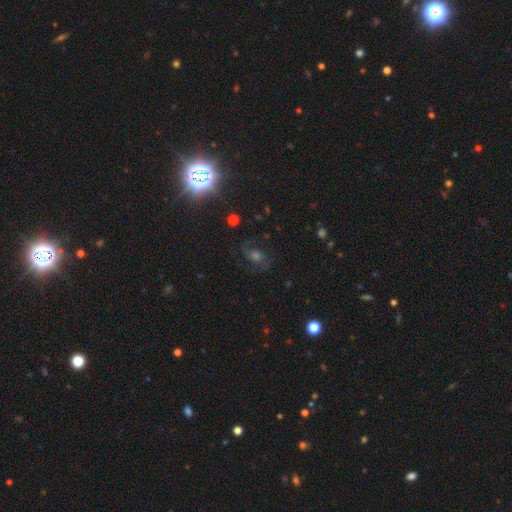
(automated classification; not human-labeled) Smooth or featured: featured or disk — 46% (star or artifact — 36%)
Merging: none — 76% (minor disturbance — 13%)